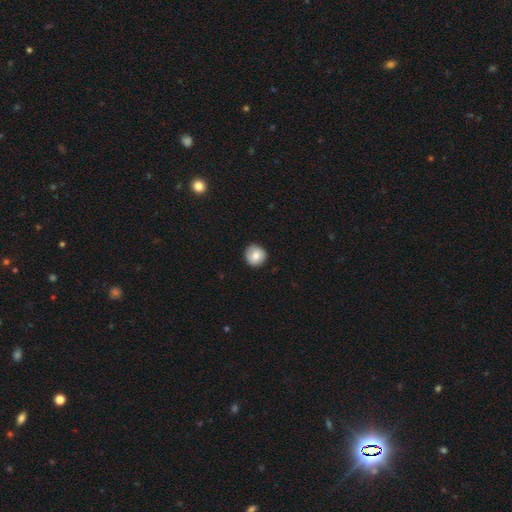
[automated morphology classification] This is likely a smooth galaxy (80%). How rounded: clearly round (93%). Merging: clearly none (88%).